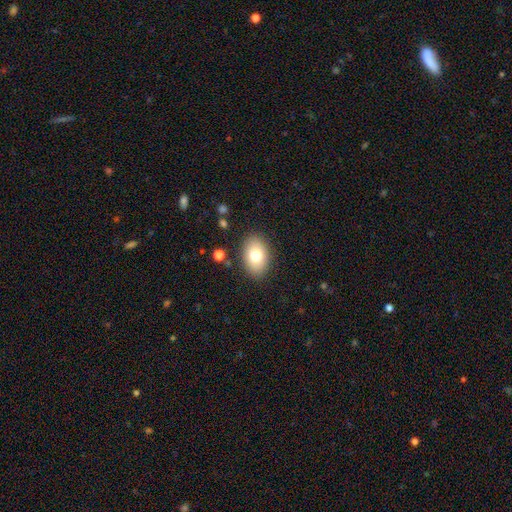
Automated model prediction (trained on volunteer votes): Q: Smooth or featured?
A: smooth (76%); runner-up: featured or disk (16%)
Q: How rounded?
A: in between (85%); runner-up: round (14%)
Q: Merging?
A: none (87%); runner-up: minor disturbance (9%)